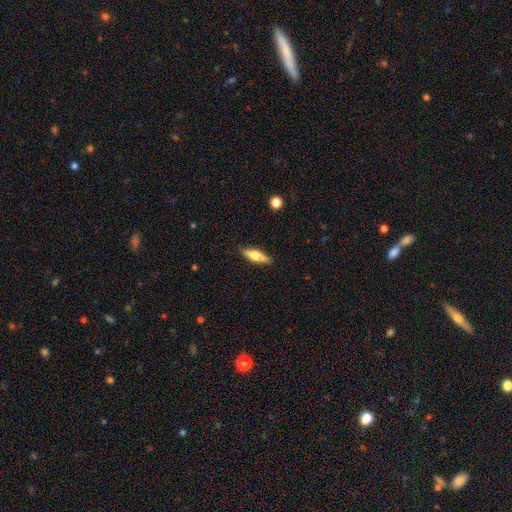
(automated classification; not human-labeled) Q: Smooth or featured?
A: smooth (61%); runner-up: featured or disk (32%)
Q: How rounded?
A: cigar-shaped (52%); runner-up: in between (45%)
Q: Merging?
A: none (85%); runner-up: minor disturbance (11%)